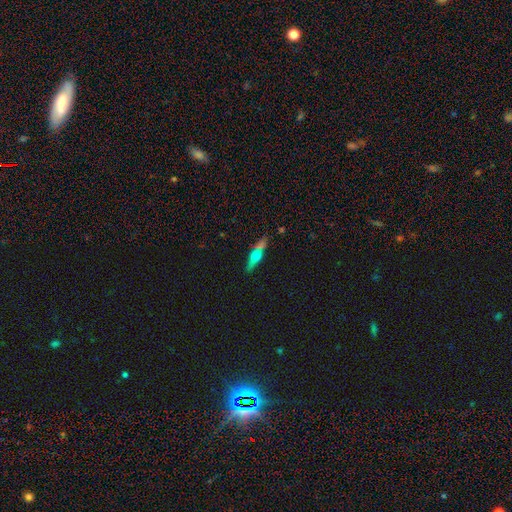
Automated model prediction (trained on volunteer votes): This is possibly a featured or disk galaxy (49%). Merging: likely none (72%).